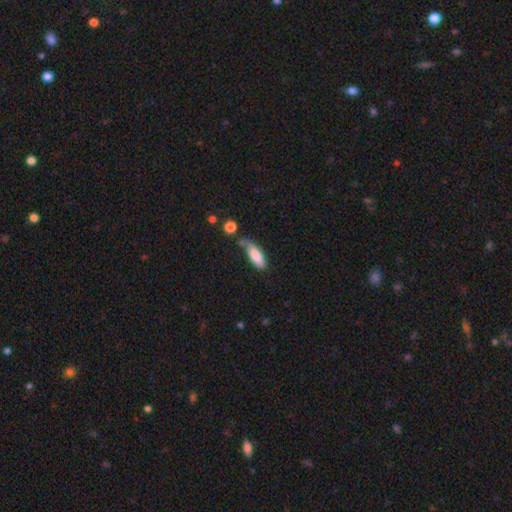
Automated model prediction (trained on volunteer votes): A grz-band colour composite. It shows a smooth galaxy with no disk features (83%) that is in between round and cigar-shaped (67%). Merging: none (50%).